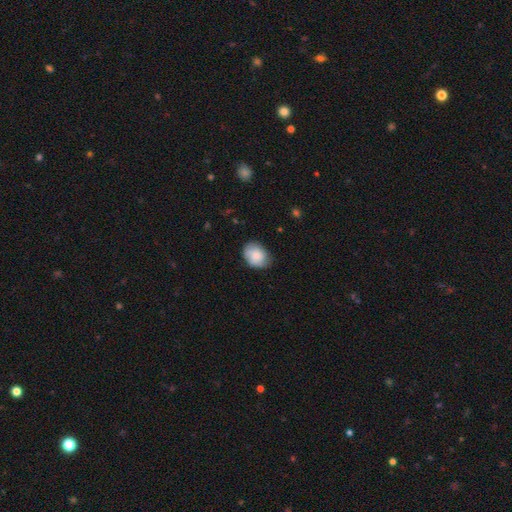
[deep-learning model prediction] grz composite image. It shows a smooth galaxy with no disk features (79%) that is in between round and cigar-shaped (61%). Merging: none (70%).